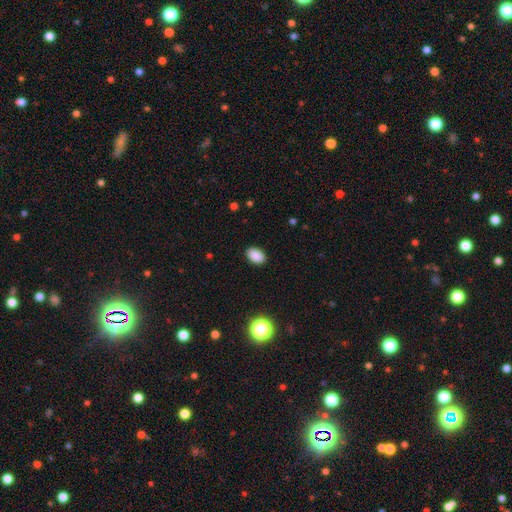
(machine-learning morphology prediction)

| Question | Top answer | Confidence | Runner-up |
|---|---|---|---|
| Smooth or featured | smooth | 88% | star or artifact (9%) |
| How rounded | in between | 87% | round (12%) |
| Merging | none | 90% | minor disturbance (7%) |